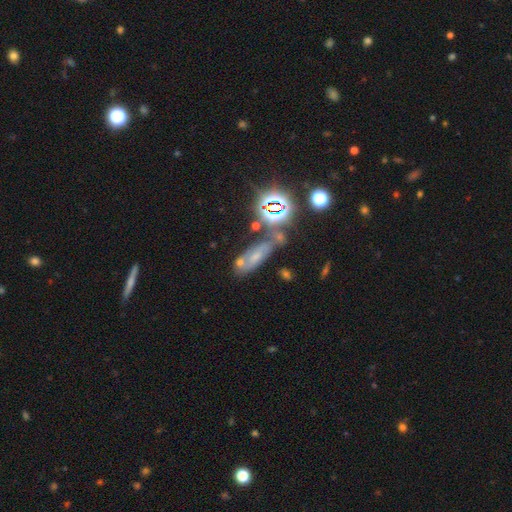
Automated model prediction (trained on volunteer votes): The model was most divided on "smooth or featured": star or artifact: 36%, smooth: 32%, featured or disk: 32%.